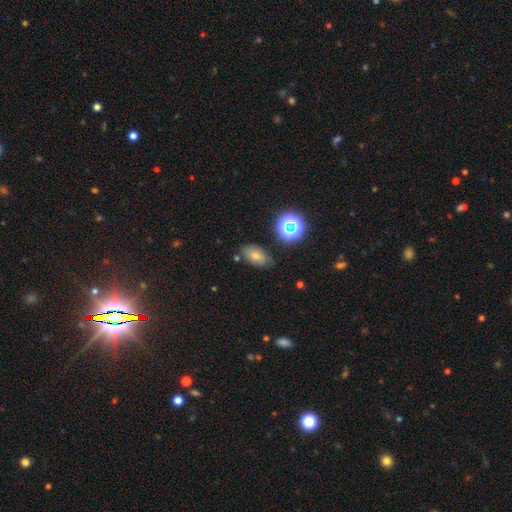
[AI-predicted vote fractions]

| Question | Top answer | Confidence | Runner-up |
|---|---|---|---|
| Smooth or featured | smooth | 48% | star or artifact (36%) |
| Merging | none | 80% | minor disturbance (13%) |